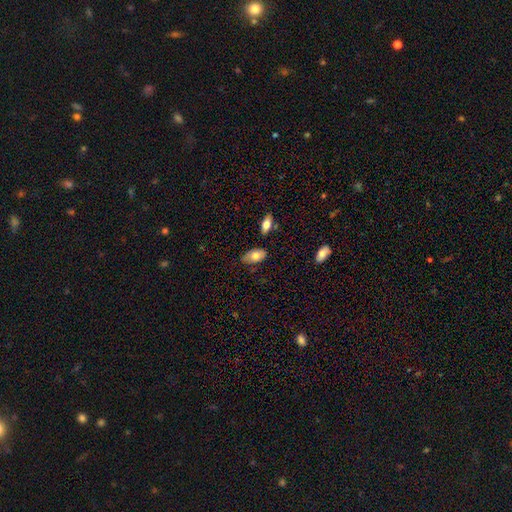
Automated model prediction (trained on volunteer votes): smooth 72%, featured or disk 21%, star or artifact 6%. Down the decision tree: how rounded — in between (93%); merging — none (76%).